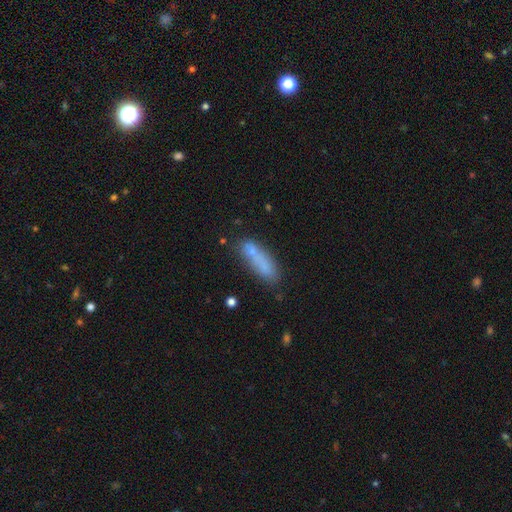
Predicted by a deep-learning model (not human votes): smooth 69%, featured or disk 20%, star or artifact 11%. Down the decision tree: how rounded — cigar-shaped (62%); merging — none (57%).